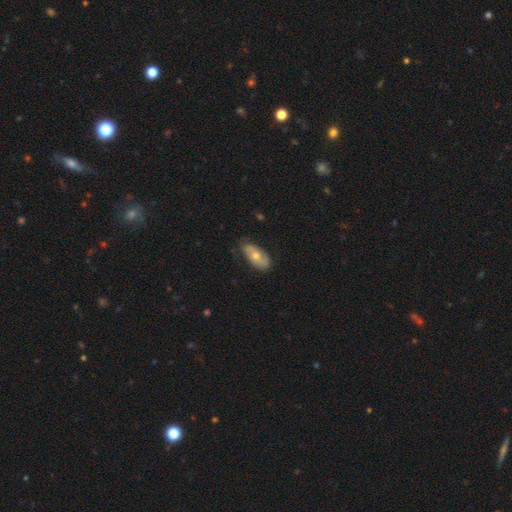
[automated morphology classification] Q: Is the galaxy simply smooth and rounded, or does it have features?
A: smooth — 51%.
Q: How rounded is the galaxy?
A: in between — 88%.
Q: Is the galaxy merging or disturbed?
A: none — 70%.